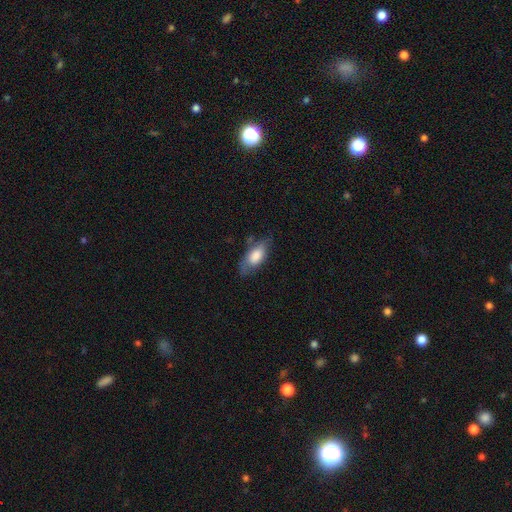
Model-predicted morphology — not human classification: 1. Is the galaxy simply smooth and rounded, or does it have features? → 73% smooth, 21% featured or disk, 6% star or artifact.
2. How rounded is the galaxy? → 84% in between, 13% cigar-shaped, 3% round.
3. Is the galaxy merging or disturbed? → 61% none, 28% minor disturbance, 9% major disturbance, 2% merger.